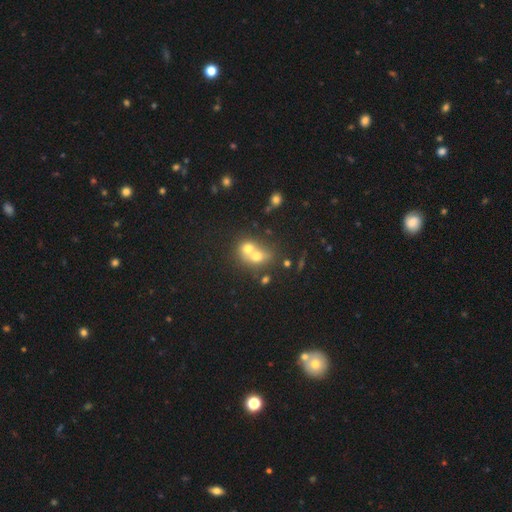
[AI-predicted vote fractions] The model was most divided on "merging": merger: 64%, none: 27%, minor disturbance: 6%, major disturbance: 3%. More confident: how rounded — round (70%); smooth or featured — smooth (61%).